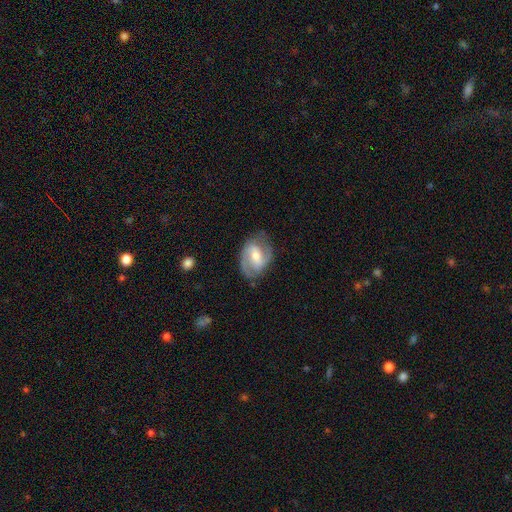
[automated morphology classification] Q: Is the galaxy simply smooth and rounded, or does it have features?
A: featured or disk — 81%.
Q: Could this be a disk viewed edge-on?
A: no — 97%.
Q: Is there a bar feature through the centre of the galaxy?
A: weak — 49%.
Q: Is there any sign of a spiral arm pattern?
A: yes — 93%.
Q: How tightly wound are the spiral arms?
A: medium — 52%.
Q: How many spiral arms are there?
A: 2 — 86%.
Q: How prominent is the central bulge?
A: moderate — 54%.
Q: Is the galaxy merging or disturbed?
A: none — 76%.